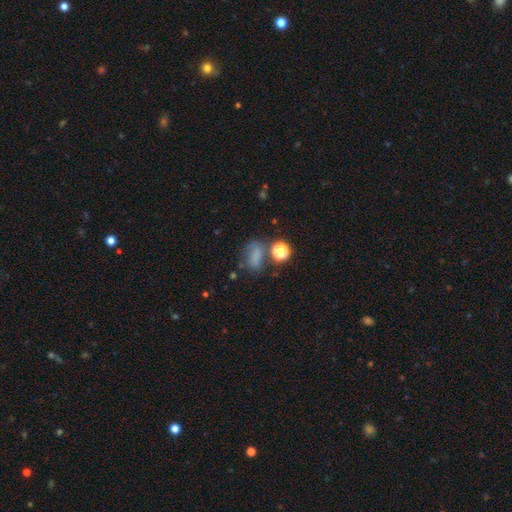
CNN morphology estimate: Overall: smooth (65%). How rounded: in between (67%). Merging: none (48%; minor disturbance 22%).